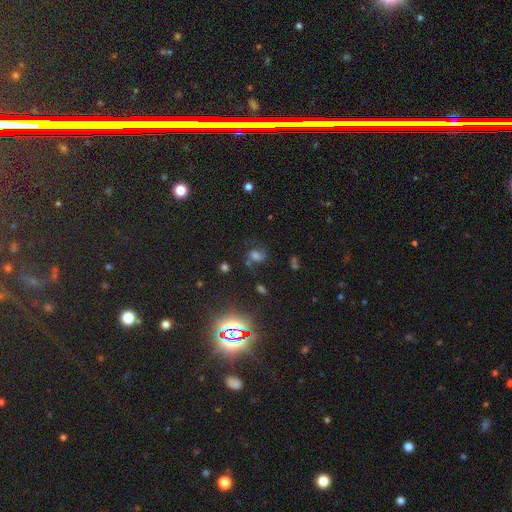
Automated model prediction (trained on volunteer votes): The model was most divided on "smooth or featured": smooth: 43%, star or artifact: 34%, featured or disk: 23%. More confident: merging — none (59%).